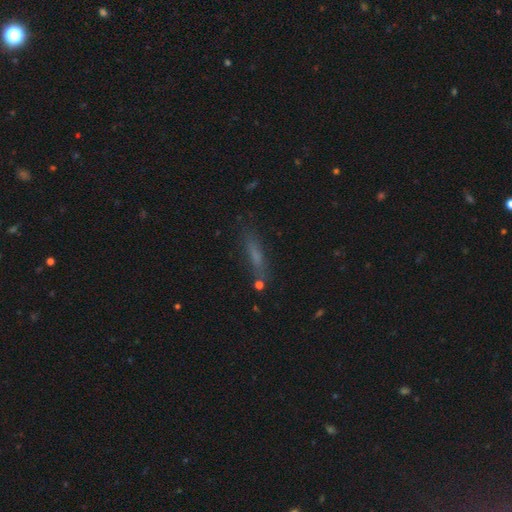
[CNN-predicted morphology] Smooth or featured? Predicted: smooth (p=0.56). How rounded? Predicted: cigar-shaped (p=0.78). Merging? Predicted: none (p=0.74).